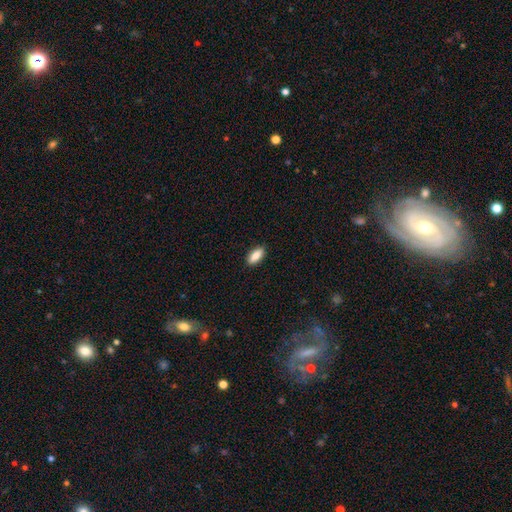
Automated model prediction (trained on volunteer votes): The model was most divided on "how rounded": in between: 87%, cigar-shaped: 11%, round: 2%. More confident: merging — none (89%); smooth or featured — smooth (87%).